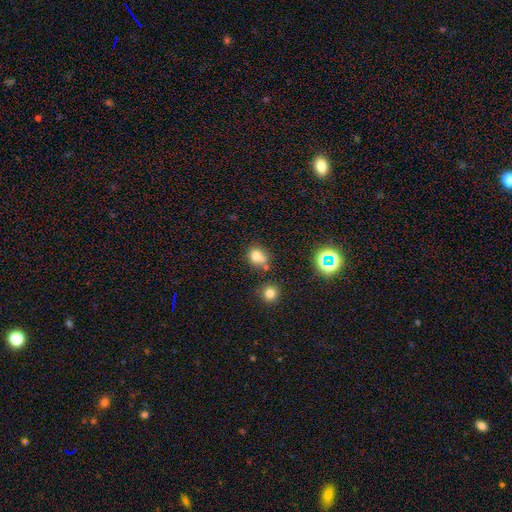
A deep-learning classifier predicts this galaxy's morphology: Q: Smooth or featured?
A: smooth (72%); runner-up: star or artifact (16%)
Q: How rounded?
A: round (65%); runner-up: in between (34%)
Q: Merging?
A: none (49%); runner-up: merger (28%)